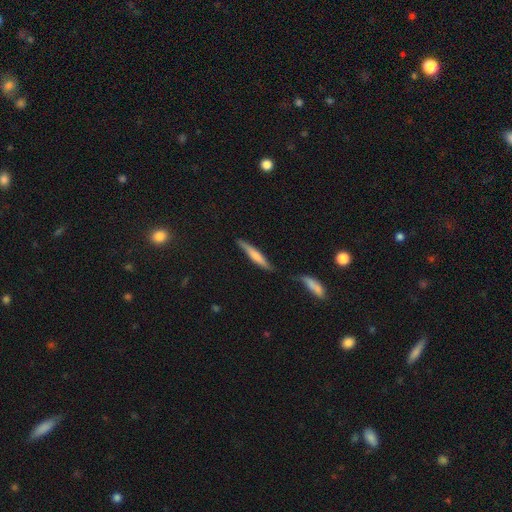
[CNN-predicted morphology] Smooth or featured? Predicted: smooth (p=0.57). How rounded? Predicted: cigar-shaped (p=0.91). Merging? Predicted: none (p=0.67).